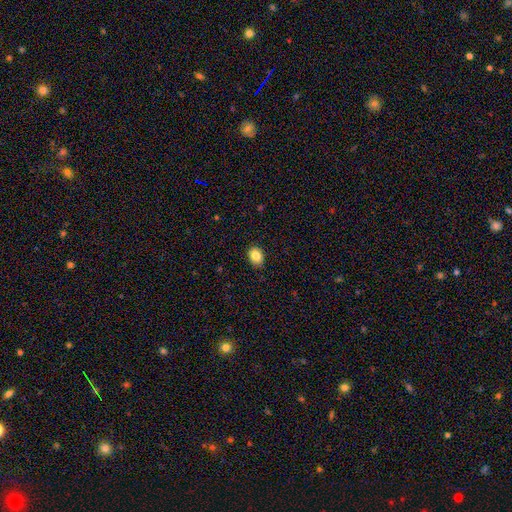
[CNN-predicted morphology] A smooth galaxy with no disk features (85%) that is in between round and cigar-shaped (71%).

Vote fractions:
- Smooth or featured? smooth: 85% / star or artifact: 9% / featured or disk: 6%
- How rounded? in between: 71% / round: 28% / cigar-shaped: 1%
- Merging? none: 88% / minor disturbance: 9% / major disturbance: 2% / merger: 1%